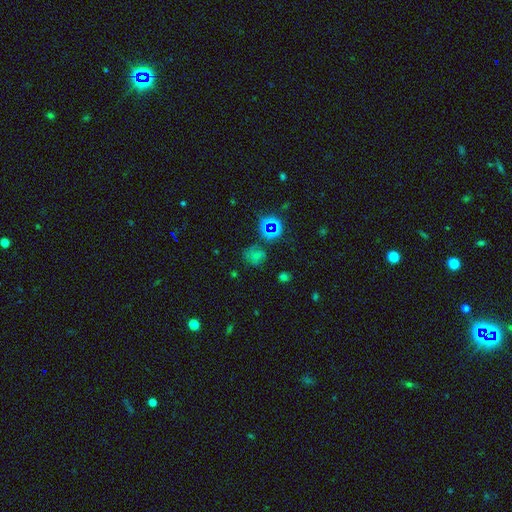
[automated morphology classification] Smooth or featured? smooth (52%)
How rounded? round (72%)
Merging? none (64%)